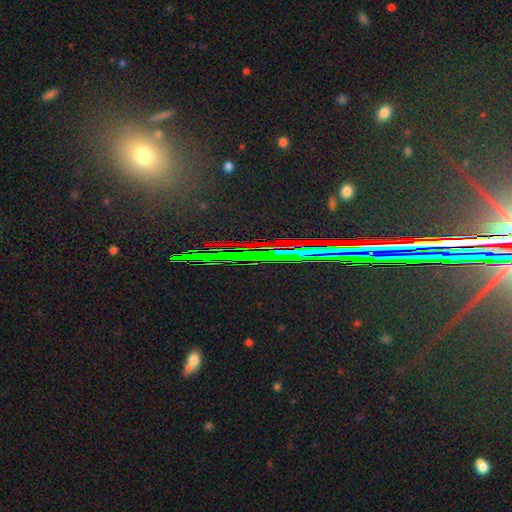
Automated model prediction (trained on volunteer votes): This is likely a star or artifact rather than a galaxy (78%).